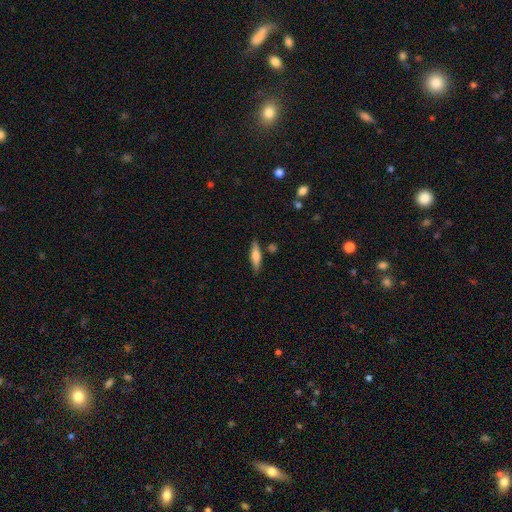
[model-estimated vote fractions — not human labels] This is possibly a smooth galaxy (58%). How rounded: likely cigar-shaped (73%). Merging: clearly none (82%).